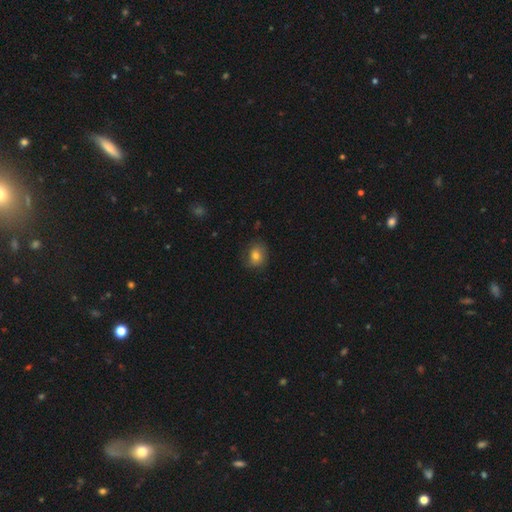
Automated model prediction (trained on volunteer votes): This is likely a smooth galaxy (77%). How rounded: possibly round (57%). Merging: likely none (75%).